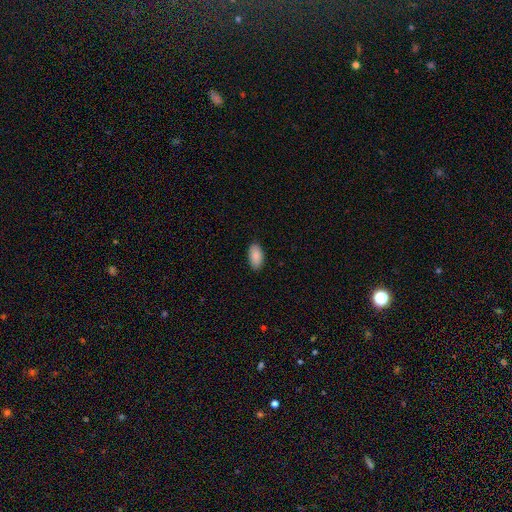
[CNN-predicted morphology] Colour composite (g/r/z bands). It shows a smooth galaxy with no disk features (89%) that is in between round and cigar-shaped (95%). Merging: none (88%).